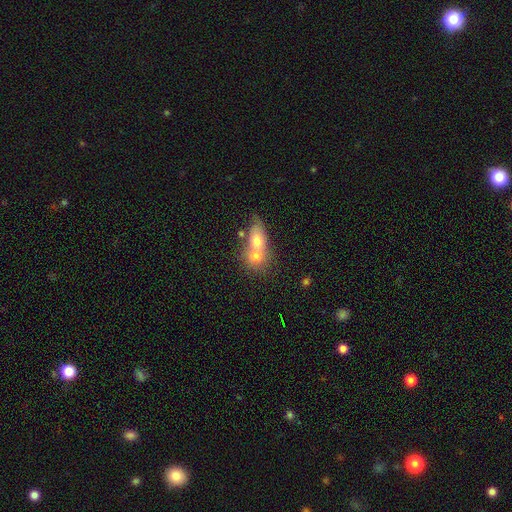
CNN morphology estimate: The model was most divided on "how rounded": round: 49%, in between: 46%, cigar-shaped: 4%. More confident: merging — merger (72%); smooth or featured — smooth (67%).